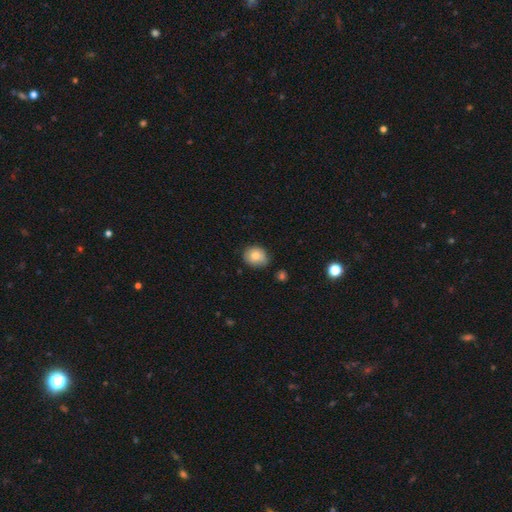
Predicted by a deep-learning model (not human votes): Smooth or featured?
  - smooth: 80% *
  - featured or disk: 11%
  - star or artifact: 9%
How rounded?
  - round: 62% *
  - in between: 37%
  - cigar-shaped: 1%
Merging?
  - none: 67% *
  - minor disturbance: 27%
  - major disturbance: 4%
  - merger: 3%